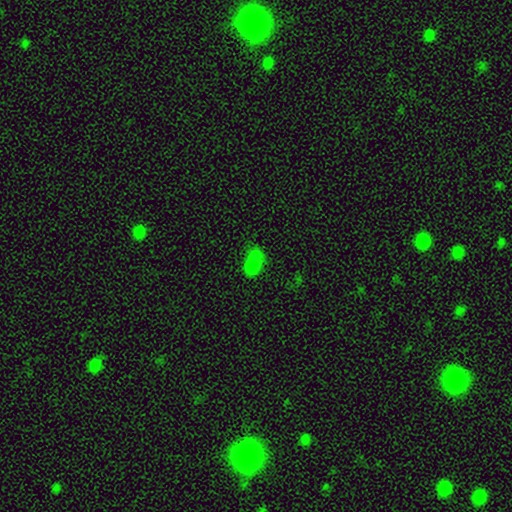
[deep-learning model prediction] Overall: smooth (77%). How rounded: in between (52%; round 46%). Merging: merger (53%; none 29%).